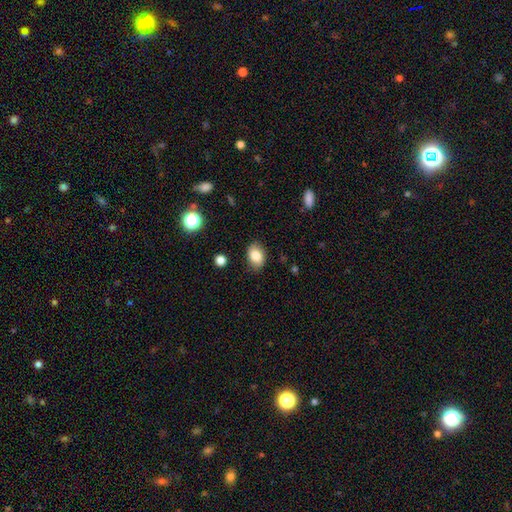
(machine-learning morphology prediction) Q: Smooth or featured?
A: smooth (83%); runner-up: star or artifact (9%)
Q: How rounded?
A: in between (78%); runner-up: round (21%)
Q: Merging?
A: none (83%); runner-up: minor disturbance (13%)